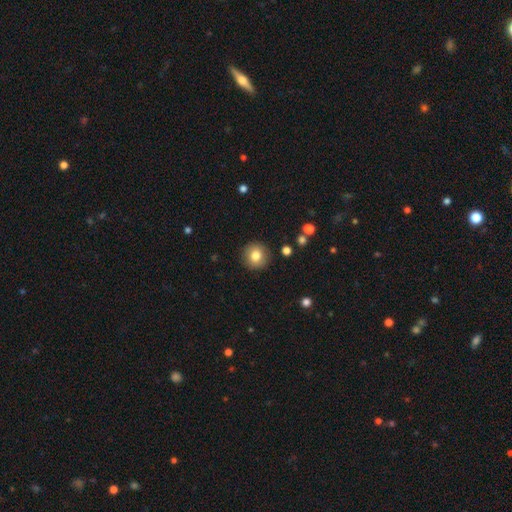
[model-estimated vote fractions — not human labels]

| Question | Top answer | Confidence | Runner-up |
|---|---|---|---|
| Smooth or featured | smooth | 81% | featured or disk (10%) |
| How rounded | round | 94% | in between (5%) |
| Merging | none | 91% | minor disturbance (6%) |